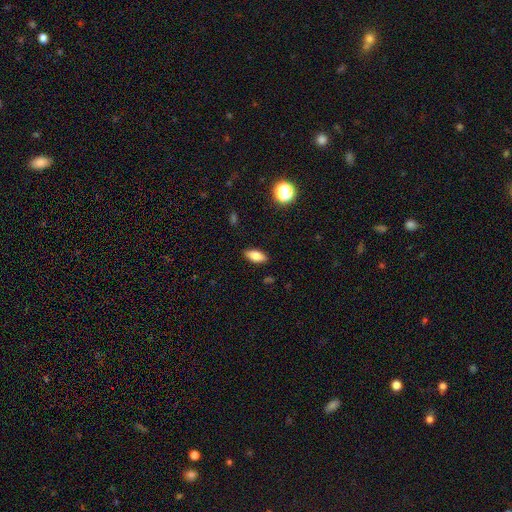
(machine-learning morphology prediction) A smooth galaxy with no disk features (78%) that is in between round and cigar-shaped (83%).

Vote fractions:
- Smooth or featured? smooth: 78% / featured or disk: 14% / star or artifact: 9%
- How rounded? in between: 83% / cigar-shaped: 13% / round: 4%
- Merging? none: 88% / minor disturbance: 9% / major disturbance: 2% / merger: 1%